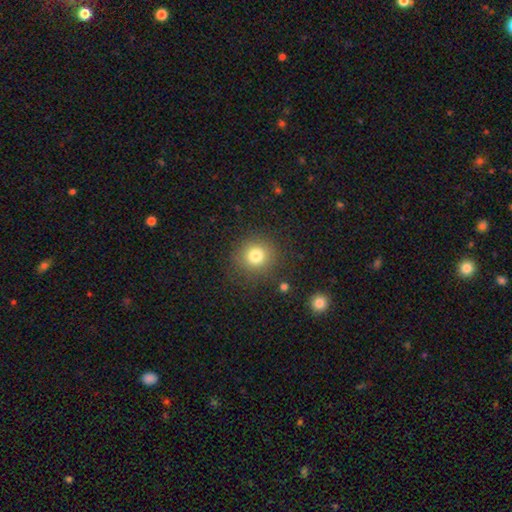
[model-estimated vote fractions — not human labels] Smooth or featured? Predicted: smooth (p=0.78). How rounded? Predicted: round (p=0.92). Merging? Predicted: none (p=0.86).